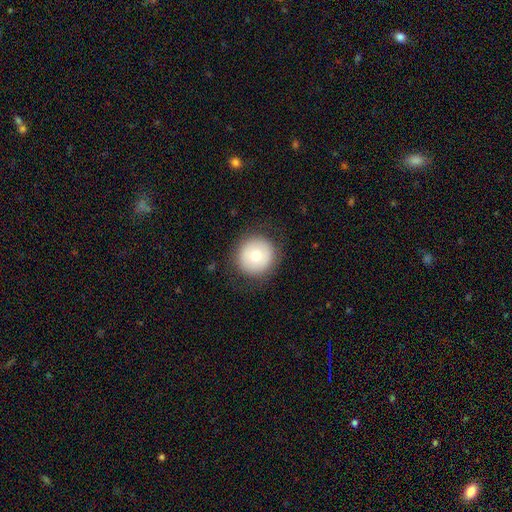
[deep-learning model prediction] The model was most divided on "smooth or featured": smooth: 72%, featured or disk: 19%, star or artifact: 9%. More confident: how rounded — round (95%); merging — none (86%).